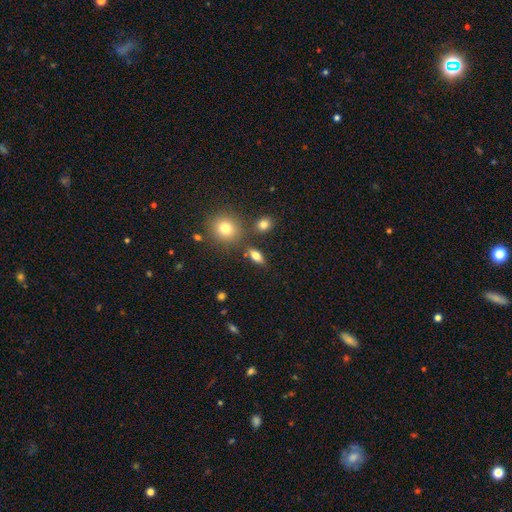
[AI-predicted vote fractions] Q: Smooth or featured?
A: smooth (75%); runner-up: featured or disk (13%)
Q: How rounded?
A: in between (76%); runner-up: round (13%)
Q: Merging?
A: none (78%); runner-up: minor disturbance (11%)